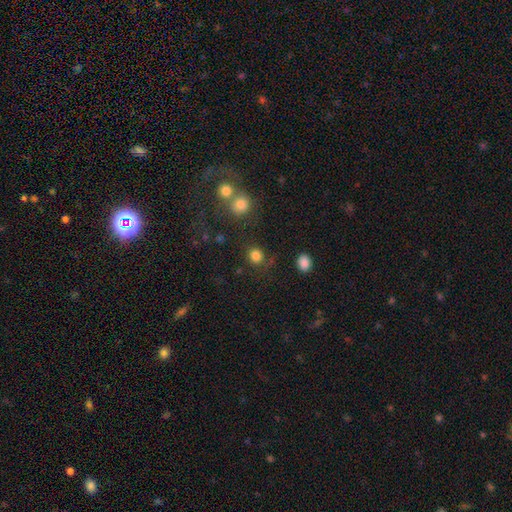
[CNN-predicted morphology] The model was most divided on "smooth or featured": smooth: 82%, star or artifact: 13%, featured or disk: 5%. More confident: how rounded — round (88%); merging — none (80%).